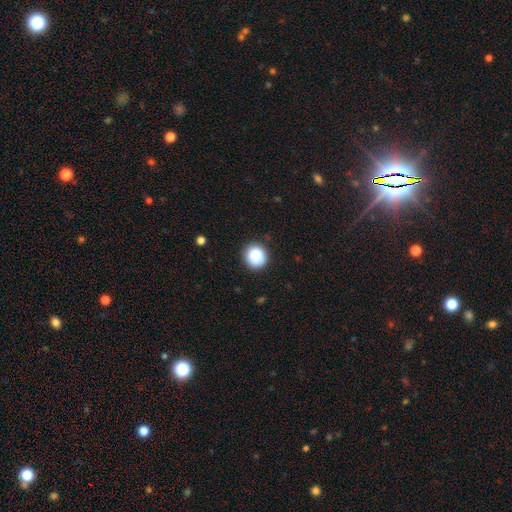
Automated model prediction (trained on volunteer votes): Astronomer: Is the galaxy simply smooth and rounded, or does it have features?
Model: smooth — 86%.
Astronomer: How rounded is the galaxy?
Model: round — 91%.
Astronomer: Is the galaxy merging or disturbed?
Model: none — 87%.